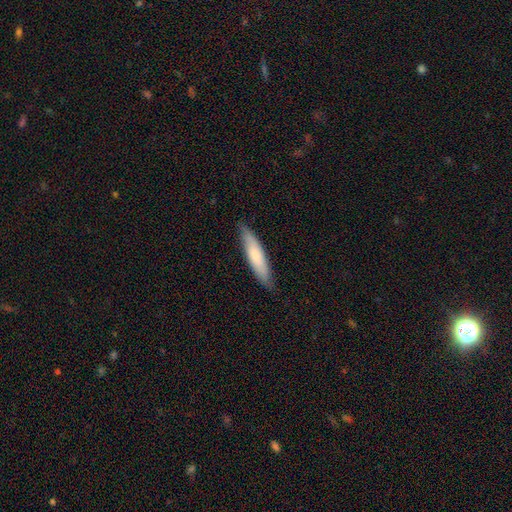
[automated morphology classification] smooth_or_featured: smooth (p=0.72) [alt: featured or disk p=0.23]
how_rounded: cigar-shaped (p=0.79) [alt: in between p=0.20]
merging: none (p=0.85) [alt: minor disturbance p=0.12]